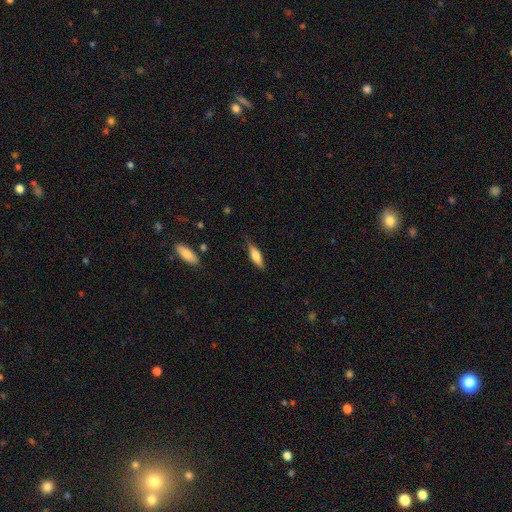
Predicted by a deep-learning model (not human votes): smooth_or_featured: smooth (p=0.70) [alt: featured or disk p=0.23]
how_rounded: cigar-shaped (p=0.50) [alt: in between p=0.48]
merging: none (p=0.73) [alt: minor disturbance p=0.21]